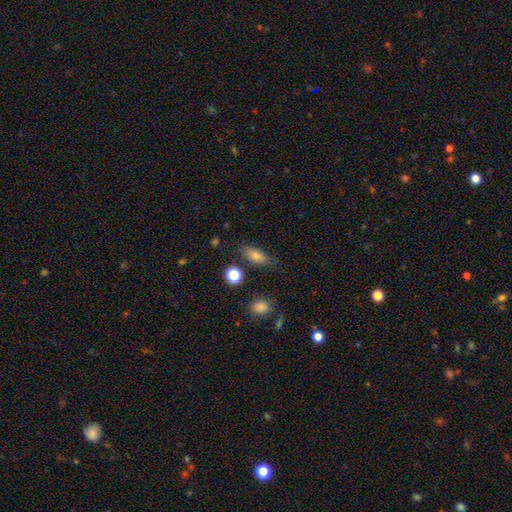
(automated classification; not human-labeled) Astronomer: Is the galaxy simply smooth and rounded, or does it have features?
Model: smooth — 77%.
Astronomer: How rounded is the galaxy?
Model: in between — 76%.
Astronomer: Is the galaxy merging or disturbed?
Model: none — 79%.